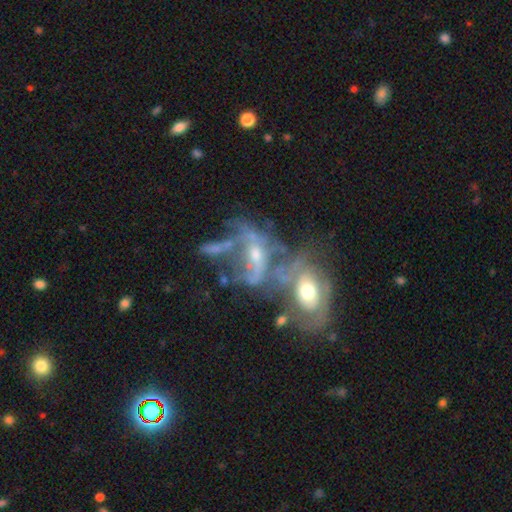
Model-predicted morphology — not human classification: This is likely a featured or disk galaxy (70%). It is clearly not viewed edge-on (94%). Bar: likely no (61%). Spiral arm pattern: possibly yes (52%). Central bulge: possibly moderate (52%). Merging: possibly merger (58%).